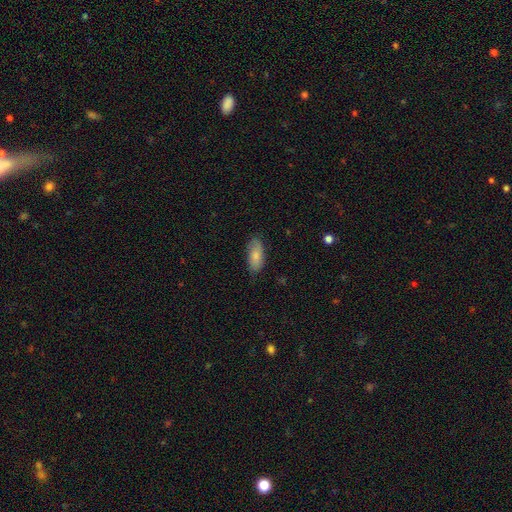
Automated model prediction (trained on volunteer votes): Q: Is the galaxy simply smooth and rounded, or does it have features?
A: smooth — 78%.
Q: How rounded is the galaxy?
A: in between — 87%.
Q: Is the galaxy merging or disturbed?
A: none — 78%.